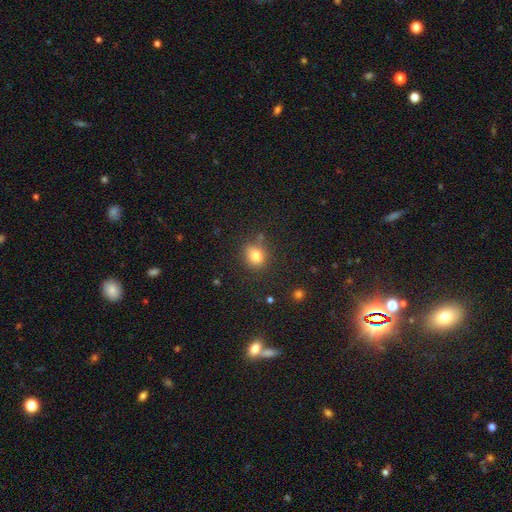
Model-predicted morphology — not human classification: Smooth or featured? smooth (80%)
How rounded? round (62%)
Merging? none (75%)